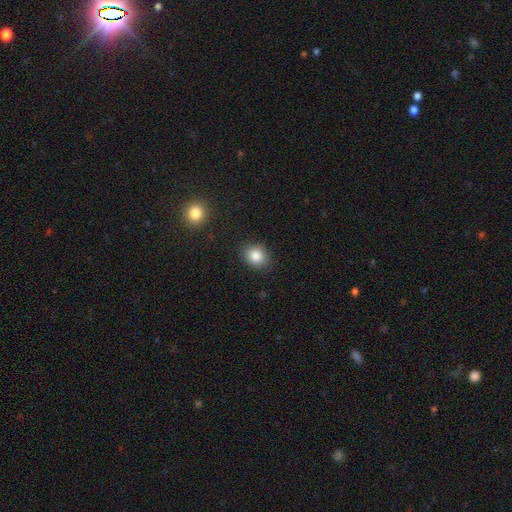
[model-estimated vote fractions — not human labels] smooth-or-featured: smooth: 84% | star or artifact: 10% | featured or disk: 6%
  how-rounded: round: 57% | in between: 42% | cigar-shaped: 1%
  merging: none: 86% | minor disturbance: 10% | major disturbance: 3% | merger: 1%